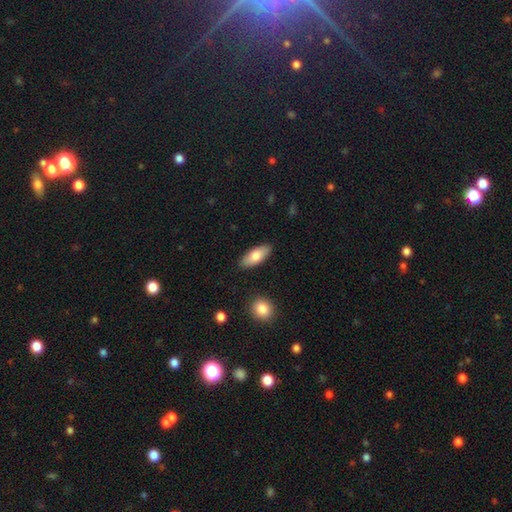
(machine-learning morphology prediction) This appears to be a smooth galaxy with no disk features (77%) that is in between round and cigar-shaped (81%). Merging: none (87%).